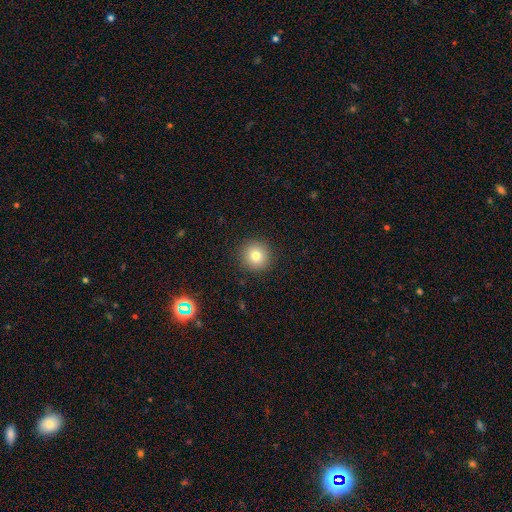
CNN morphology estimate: This is likely a smooth galaxy (79%). How rounded: clearly round (95%). Merging: clearly none (92%).